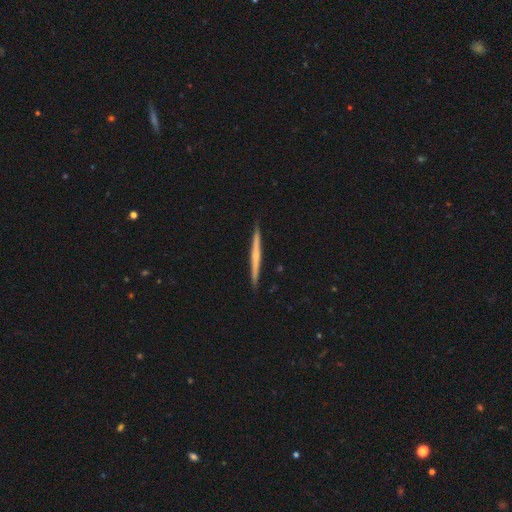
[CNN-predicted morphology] Smooth or featured?
  - featured or disk: 61% *
  - smooth: 34%
  - star or artifact: 5%
Edge-on disk?
  - yes: 98% *
  - no: 2%
Edge-on bulge?
  - none: 55% *
  - rounded: 39%
  - boxy: 6%
Merging?
  - none: 92% *
  - minor disturbance: 6%
  - major disturbance: 1%
  - merger: 1%